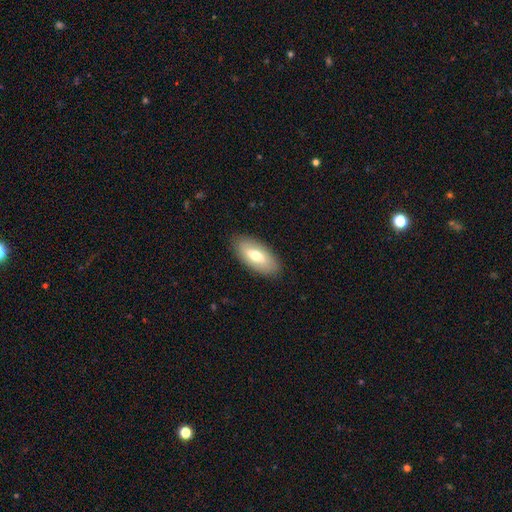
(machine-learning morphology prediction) smooth_or_featured: smooth (p=0.66) [alt: featured or disk p=0.28]
how_rounded: in between (p=0.89) [alt: cigar-shaped p=0.08]
merging: none (p=0.88) [alt: minor disturbance p=0.09]